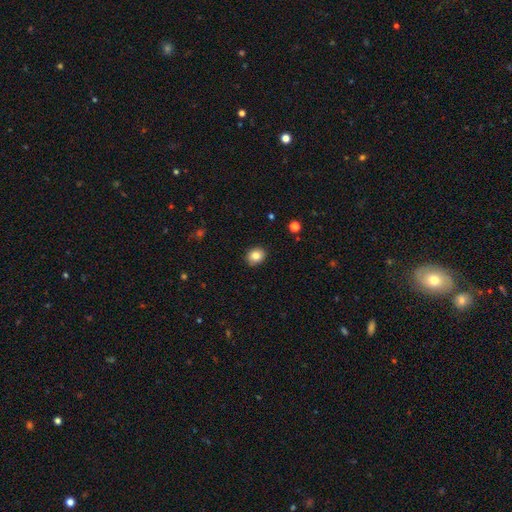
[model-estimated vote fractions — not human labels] Q: Smooth or featured?
A: smooth (83%); runner-up: star or artifact (9%)
Q: How rounded?
A: round (65%); runner-up: in between (35%)
Q: Merging?
A: none (89%); runner-up: minor disturbance (8%)